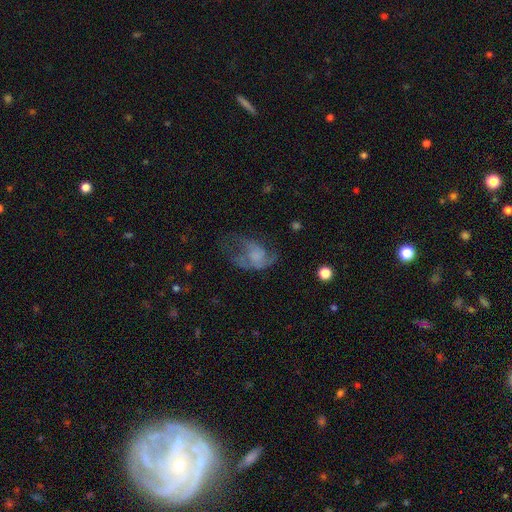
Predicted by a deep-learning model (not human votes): This appears to be a featured or disk galaxy (56%) with no bar (80%), spiral arms (60%) and no central bulge (56%). Merging: major disturbance (52%).